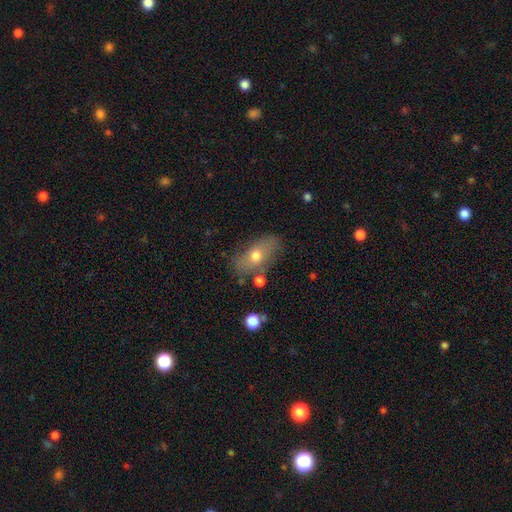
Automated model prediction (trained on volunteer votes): smooth-or-featured: smooth: 61% | featured or disk: 30% | star or artifact: 10%
  how-rounded: in between: 84% | round: 9% | cigar-shaped: 7%
  merging: none: 74% | minor disturbance: 17% | major disturbance: 5% | merger: 4%